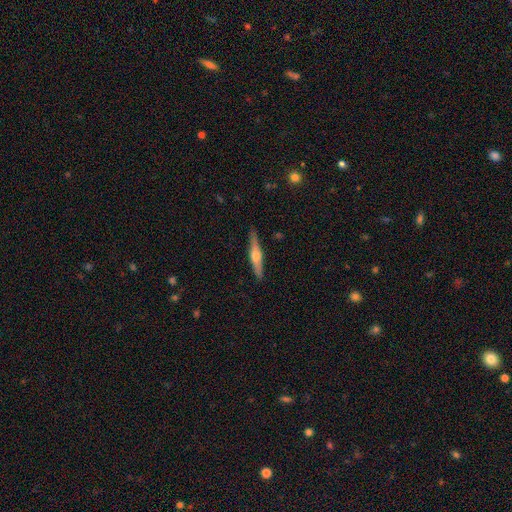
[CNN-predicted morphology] type=featured or disk (59%); edge-on=yes (96%); edge-on bulge=rounded (89%); merging=none (88%).